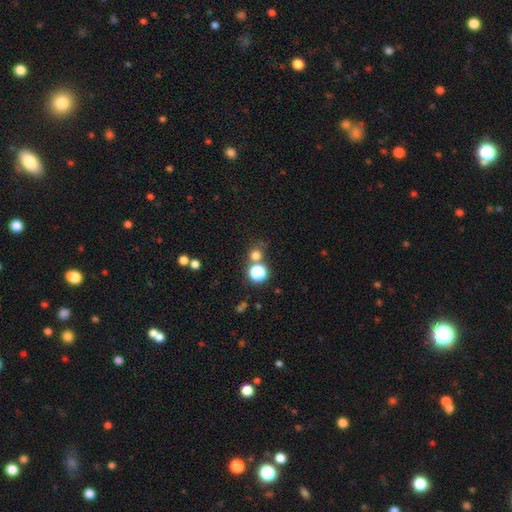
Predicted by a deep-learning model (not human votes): smooth-or-featured: smooth: 68% | star or artifact: 24% | featured or disk: 7%
  how-rounded: round: 89% | in between: 10% | cigar-shaped: 1%
  merging: none: 65% | merger: 21% | minor disturbance: 9% | major disturbance: 5%